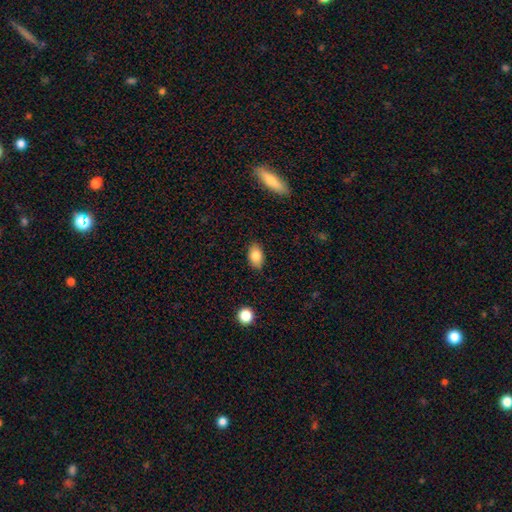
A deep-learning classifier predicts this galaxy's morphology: type=smooth (84%); roundness=in between (89%); merging=none (83%).